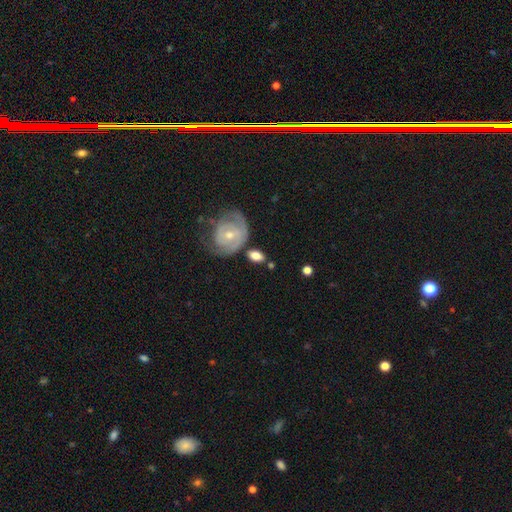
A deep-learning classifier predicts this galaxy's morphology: A smooth galaxy with no disk features (65%) that is in between round and cigar-shaped (72%).

Vote fractions:
- Smooth or featured? smooth: 65% / featured or disk: 29% / star or artifact: 6%
- How rounded? in between: 72% / round: 24% / cigar-shaped: 4%
- Merging? none: 62% / minor disturbance: 19% / merger: 12% / major disturbance: 7%